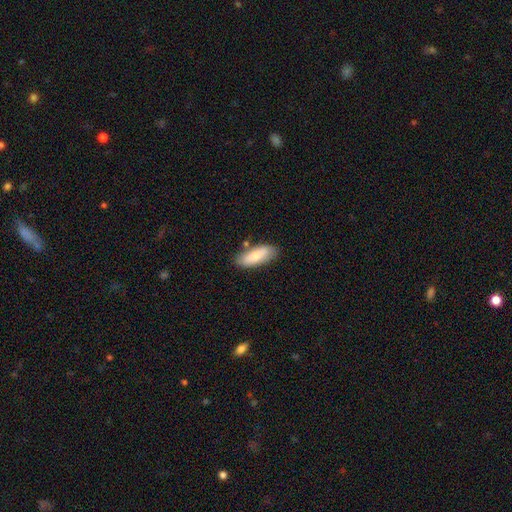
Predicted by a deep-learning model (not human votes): Smooth or featured? Predicted: smooth (p=0.76). How rounded? Predicted: in between (p=0.75). Merging? Predicted: none (p=0.78).